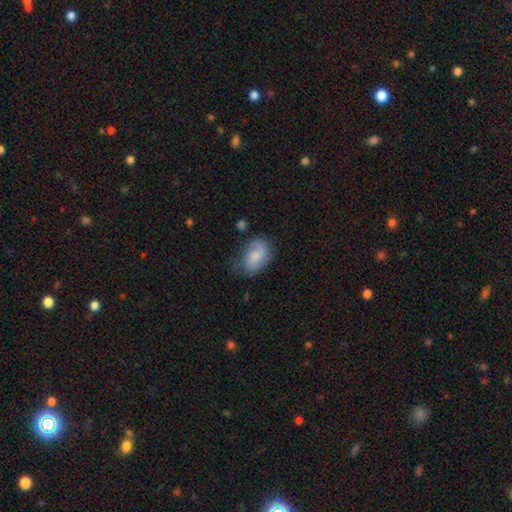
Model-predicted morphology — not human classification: smooth-or-featured: smooth: 58% | featured or disk: 35% | star or artifact: 8%
  how-rounded: in between: 88% | round: 10% | cigar-shaped: 2%
  merging: none: 56% | minor disturbance: 29% | major disturbance: 12% | merger: 3%